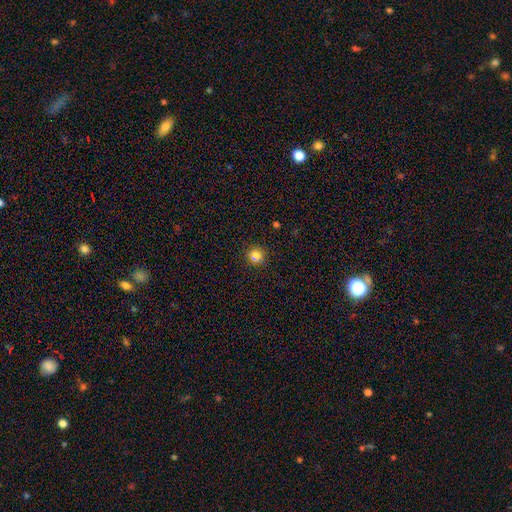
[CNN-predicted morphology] This appears to be a smooth galaxy with no disk features (80%) that is round (90%). Merging: none (80%).